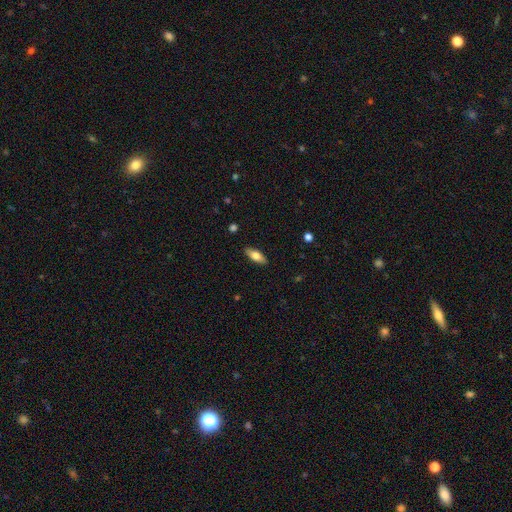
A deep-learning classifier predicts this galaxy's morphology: Smooth or featured?
  - smooth: 72% *
  - featured or disk: 21%
  - star or artifact: 6%
How rounded?
  - in between: 77% *
  - cigar-shaped: 21%
  - round: 2%
Merging?
  - none: 89% *
  - minor disturbance: 9%
  - major disturbance: 2%
  - merger: 1%